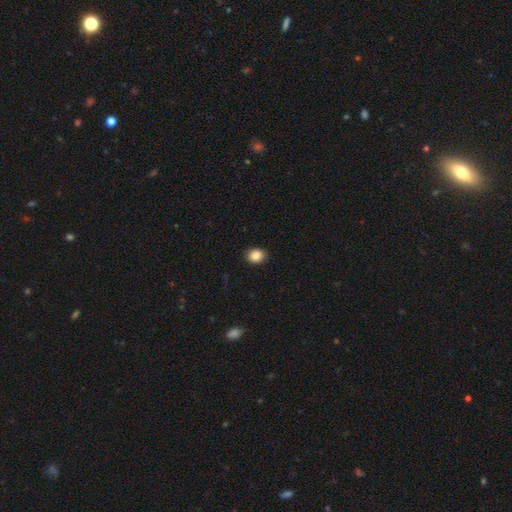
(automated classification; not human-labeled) smooth-or-featured: smooth: 87% | star or artifact: 9% | featured or disk: 4%
  how-rounded: round: 52% | in between: 47% | cigar-shaped: 1%
  merging: none: 89% | minor disturbance: 8% | major disturbance: 2% | merger: 1%